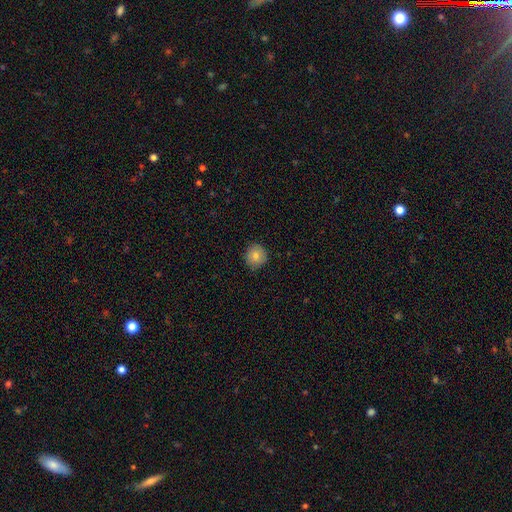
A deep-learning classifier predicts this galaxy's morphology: Smooth or featured? Predicted: smooth (p=0.80). How rounded? Predicted: round (p=0.91). Merging? Predicted: none (p=0.87).